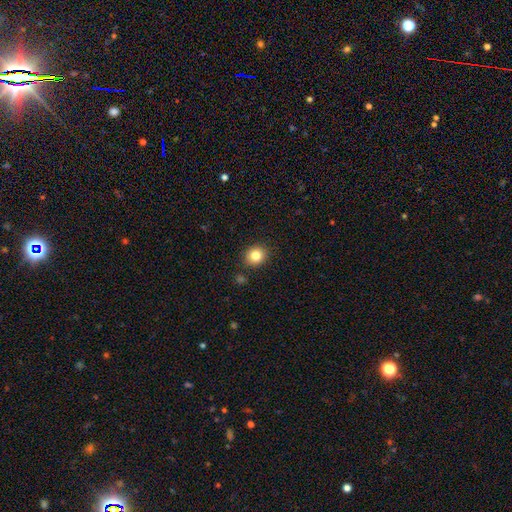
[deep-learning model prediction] A smooth galaxy with no disk features (82%) that is round (76%). Merging: none (89%).